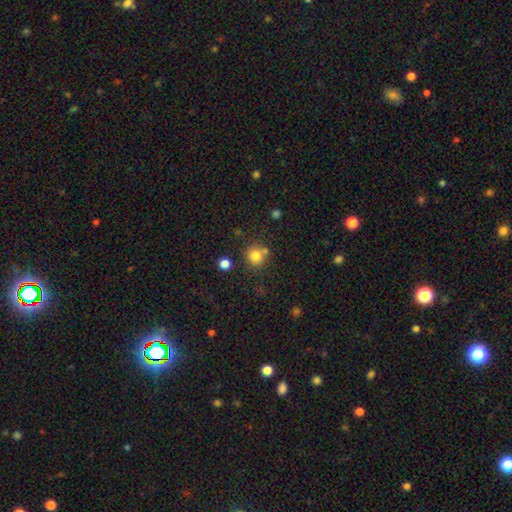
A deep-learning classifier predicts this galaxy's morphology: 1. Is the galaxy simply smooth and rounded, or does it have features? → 80% smooth, 13% star or artifact, 6% featured or disk.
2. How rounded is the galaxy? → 90% round, 9% in between, 1% cigar-shaped.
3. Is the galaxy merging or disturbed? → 71% none, 15% merger, 10% minor disturbance, 4% major disturbance.